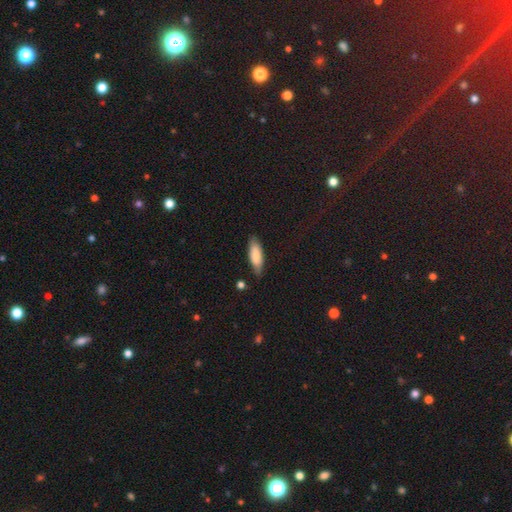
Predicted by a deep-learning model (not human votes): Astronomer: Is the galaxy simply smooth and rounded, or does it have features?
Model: smooth — 80%.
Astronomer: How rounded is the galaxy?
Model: in between — 60% (runner-up: cigar-shaped, 38%).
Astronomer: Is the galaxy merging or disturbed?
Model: none — 76%.